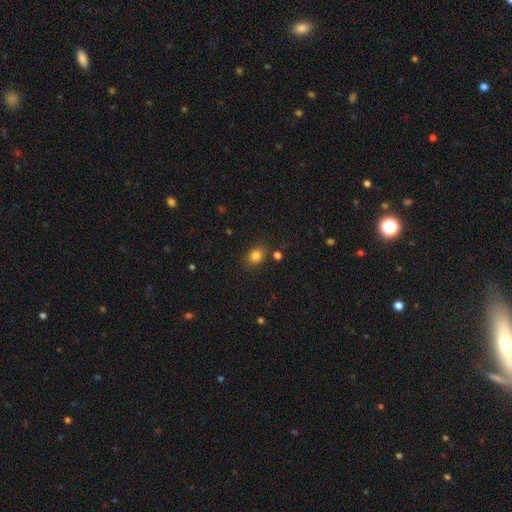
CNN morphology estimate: smooth-or-featured: smooth: 82% | star or artifact: 12% | featured or disk: 5%
  how-rounded: round: 52% | in between: 47% | cigar-shaped: 1%
  merging: none: 80% | minor disturbance: 12% | merger: 4% | major disturbance: 4%